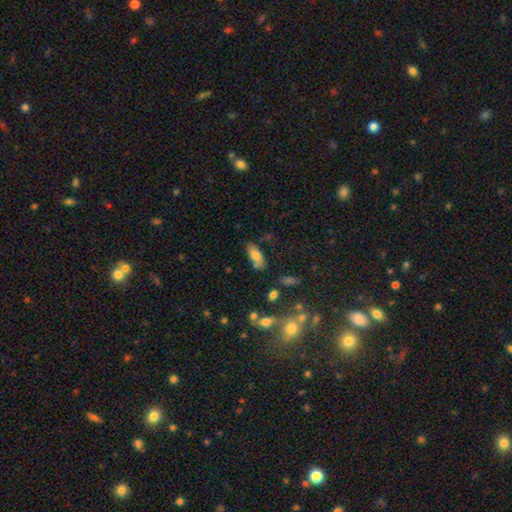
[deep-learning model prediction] This appears to be a smooth galaxy with no disk features (75%) that is in between round and cigar-shaped (80%). Merging: none (67%).